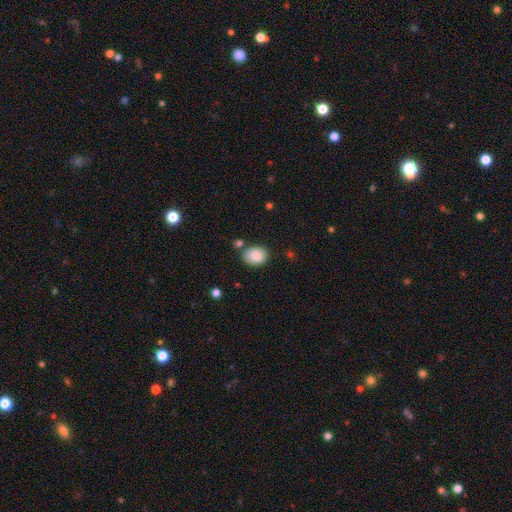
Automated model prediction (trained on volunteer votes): Q: Smooth or featured?
A: smooth (85%); runner-up: featured or disk (8%)
Q: How rounded?
A: in between (62%); runner-up: round (37%)
Q: Merging?
A: none (72%); runner-up: minor disturbance (16%)